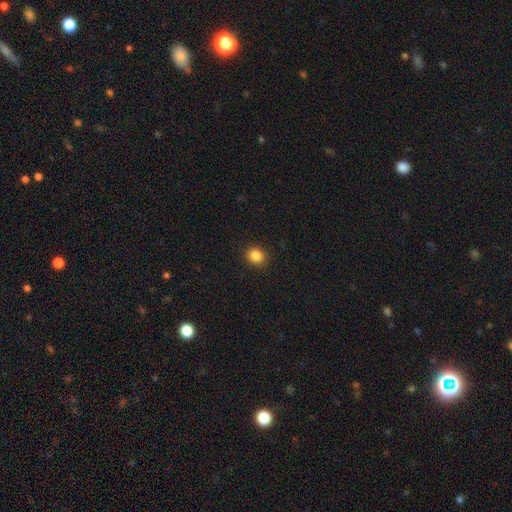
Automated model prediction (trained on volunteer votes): This is clearly a smooth galaxy (86%). How rounded: likely round (75%). Merging: clearly none (91%).